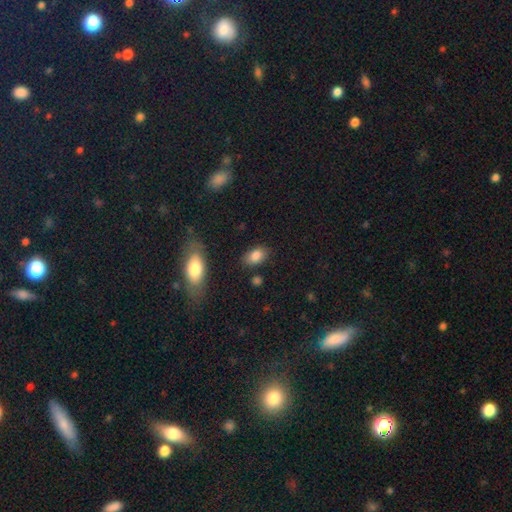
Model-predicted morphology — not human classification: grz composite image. It shows a smooth galaxy with no disk features (85%) that is in between round and cigar-shaped (88%). Merging: none (81%).